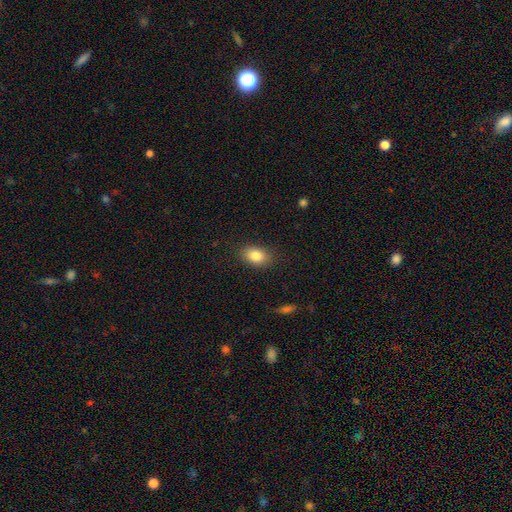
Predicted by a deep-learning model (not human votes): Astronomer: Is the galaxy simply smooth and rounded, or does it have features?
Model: smooth — 83%.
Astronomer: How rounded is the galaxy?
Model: in between — 80%.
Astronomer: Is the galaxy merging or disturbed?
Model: none — 86%.